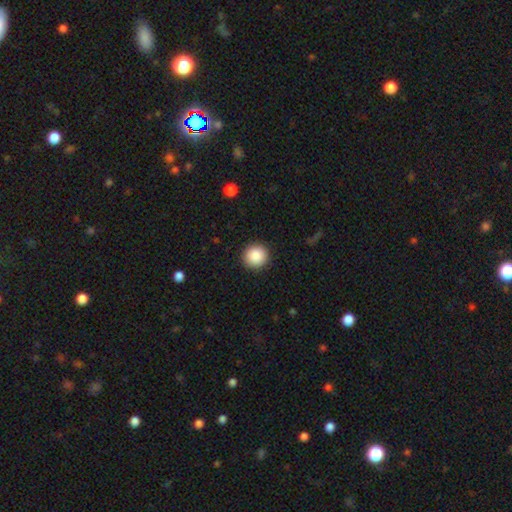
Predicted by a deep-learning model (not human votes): This appears to be a smooth galaxy with no disk features (89%) that is round (94%). Merging: none (92%).